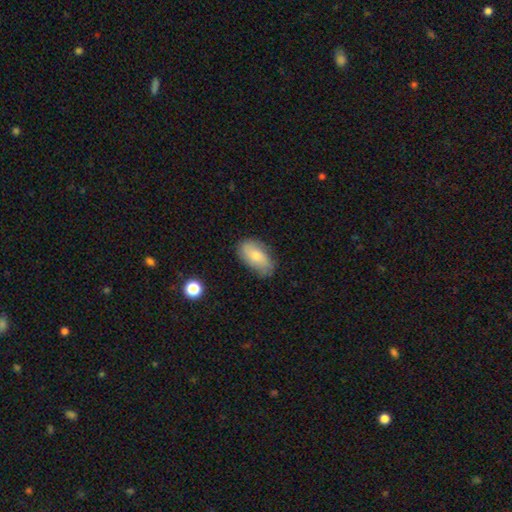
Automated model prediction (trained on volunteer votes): This appears to be a smooth galaxy with no disk features (70%) that is in between round and cigar-shaped (92%). Merging: none (70%).